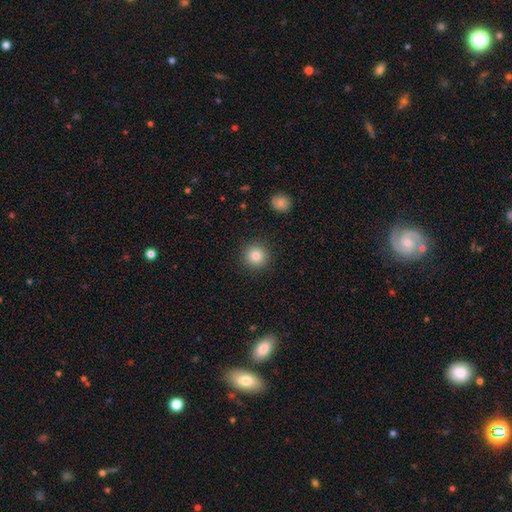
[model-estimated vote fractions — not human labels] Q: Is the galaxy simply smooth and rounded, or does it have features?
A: smooth — 83%.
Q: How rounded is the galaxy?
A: round — 94%.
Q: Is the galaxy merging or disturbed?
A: none — 91%.